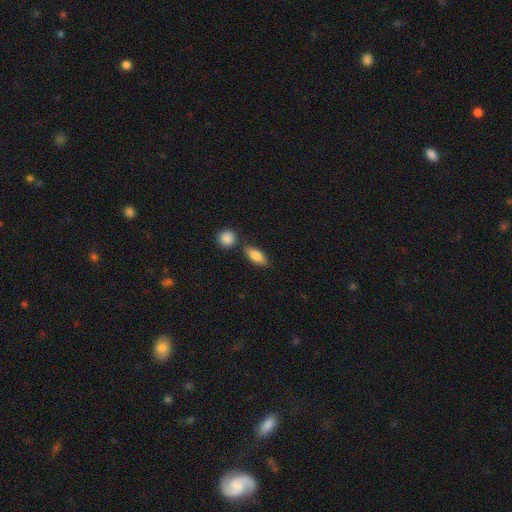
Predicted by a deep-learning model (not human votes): Smooth or featured?
  - smooth: 82% *
  - featured or disk: 11%
  - star or artifact: 6%
How rounded?
  - in between: 81% *
  - cigar-shaped: 15%
  - round: 4%
Merging?
  - none: 75% *
  - minor disturbance: 12%
  - merger: 10%
  - major disturbance: 3%